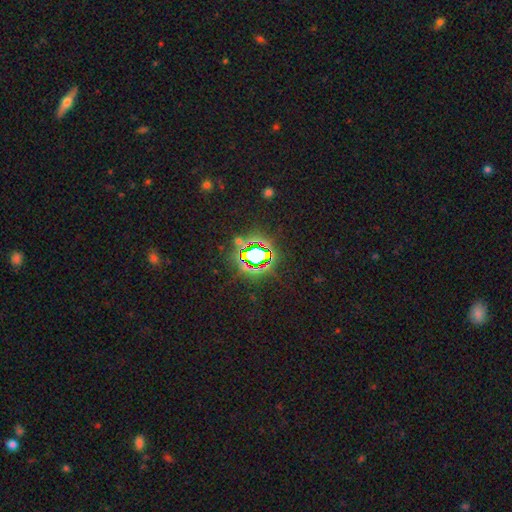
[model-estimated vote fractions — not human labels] smooth-or-featured: star or artifact: 76% | smooth: 14% | featured or disk: 10%